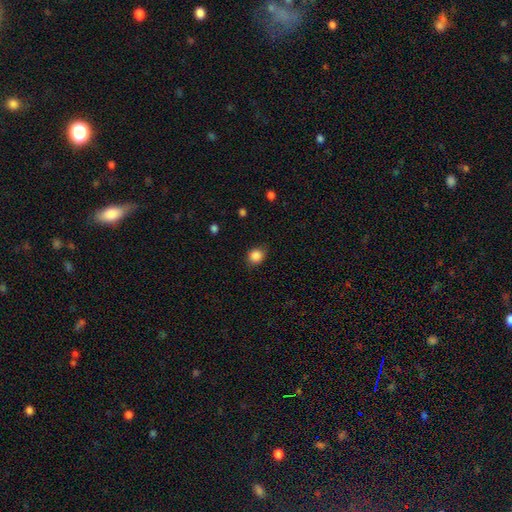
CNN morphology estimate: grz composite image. It shows a smooth galaxy with no disk features (87%) that is round (70%). Merging: none (79%).